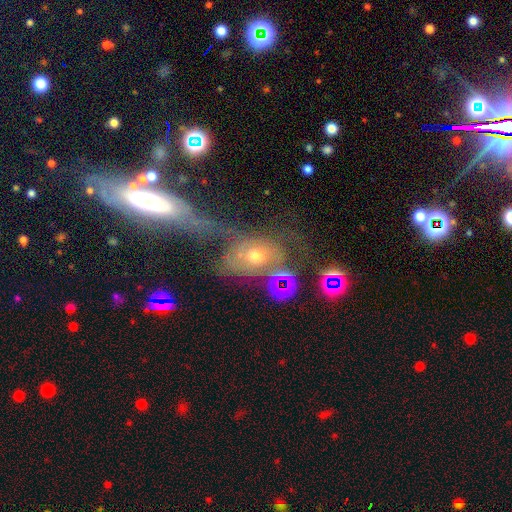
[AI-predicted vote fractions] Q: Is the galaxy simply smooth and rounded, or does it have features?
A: featured or disk — 50%.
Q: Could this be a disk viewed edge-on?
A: no — 91%.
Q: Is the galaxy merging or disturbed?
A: merger — 35%.